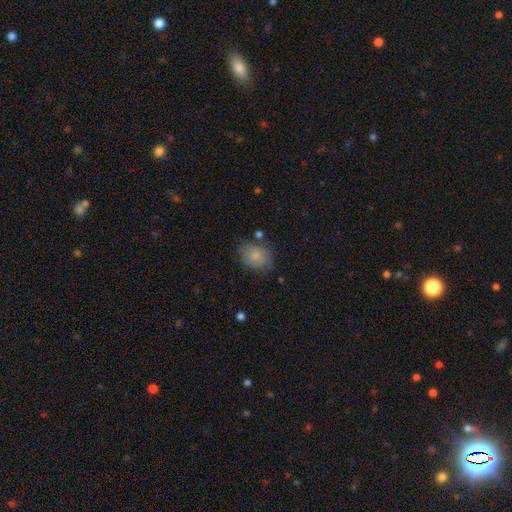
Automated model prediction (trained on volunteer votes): This is likely a smooth galaxy (76%). How rounded: possibly in between (54%). Merging: likely none (64%).